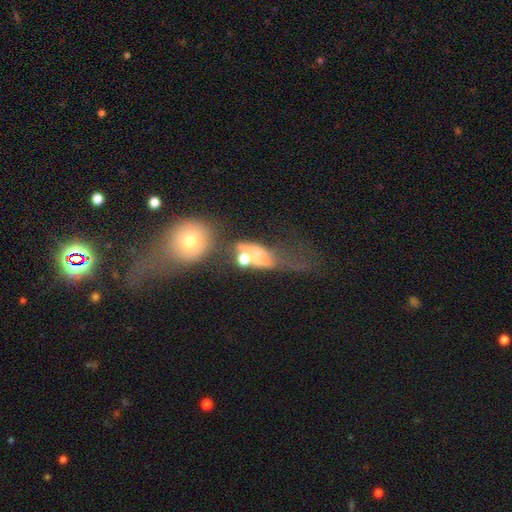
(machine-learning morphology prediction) Smooth or featured? featured or disk (47%)
Merging? merger (45%)